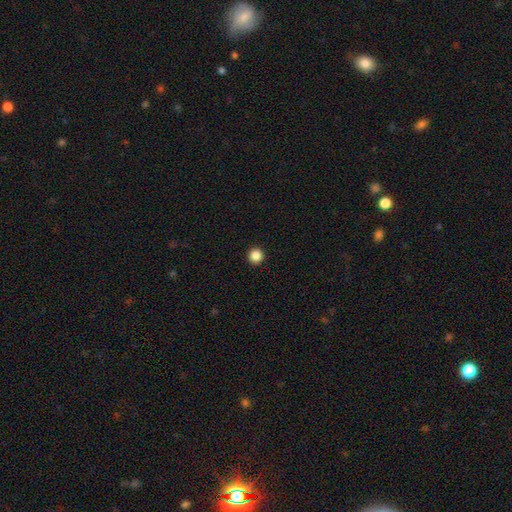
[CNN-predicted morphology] type=smooth (86%); roundness=round (96%); merging=none (94%).